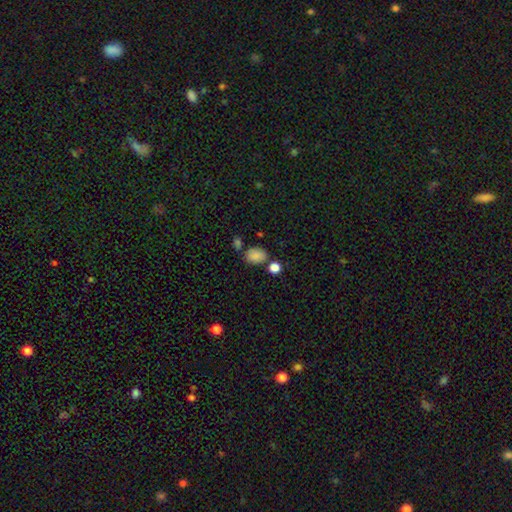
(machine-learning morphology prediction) A smooth galaxy with no disk features (85%) that is in between round and cigar-shaped (74%).

Vote fractions:
- Smooth or featured? smooth: 85% / star or artifact: 10% / featured or disk: 5%
- How rounded? in between: 74% / round: 25% / cigar-shaped: 1%
- Merging? none: 69% / minor disturbance: 14% / merger: 12% / major disturbance: 4%